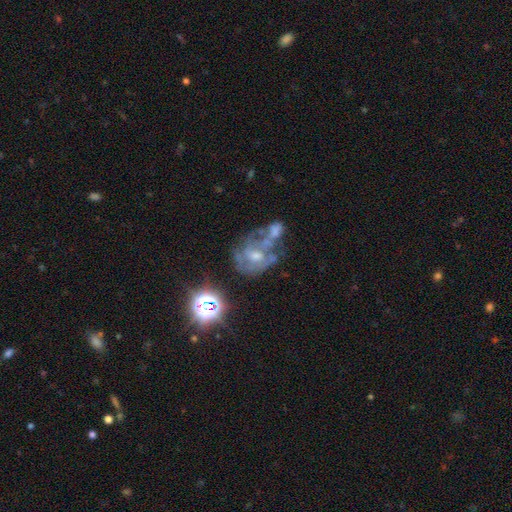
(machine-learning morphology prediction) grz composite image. It shows a featured or disk galaxy (61%) with no bar (72%), spiral arms (50%, tied with no) and a moderate central bulge (49%). Merging: merger (32%, tied with none).